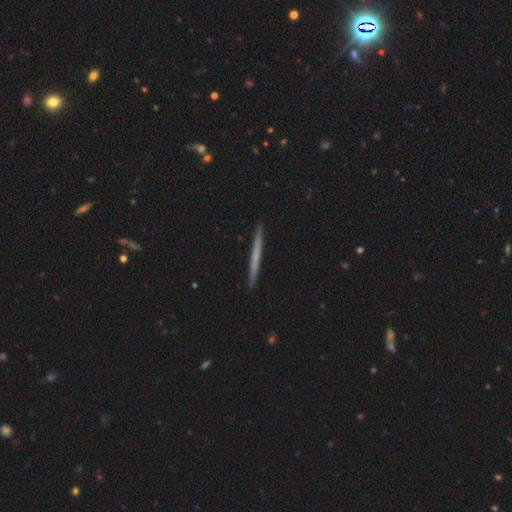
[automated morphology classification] Smooth or featured?
  - smooth: 49% *
  - featured or disk: 46%
  - star or artifact: 6%
Merging?
  - none: 93% *
  - minor disturbance: 5%
  - major disturbance: 1%
  - merger: 1%